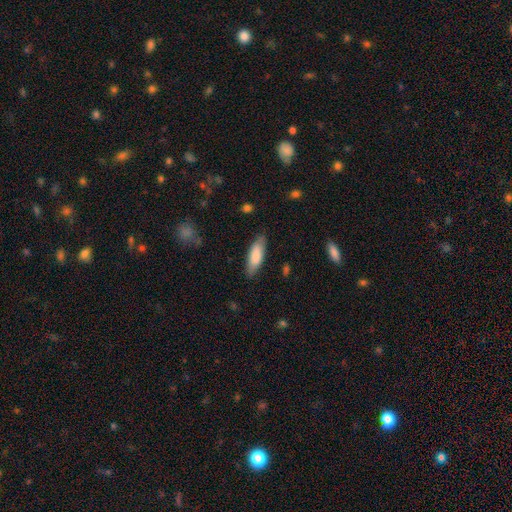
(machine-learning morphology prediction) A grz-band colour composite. It shows a smooth galaxy with no disk features (83%) that is in between round and cigar-shaped (57%). Merging: none (83%).